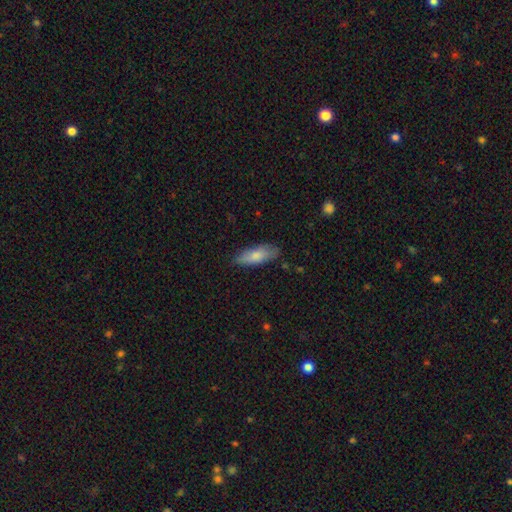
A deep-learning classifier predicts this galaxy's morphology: Q: Smooth or featured?
A: smooth (79%); runner-up: featured or disk (15%)
Q: How rounded?
A: in between (67%); runner-up: cigar-shaped (31%)
Q: Merging?
A: none (81%); runner-up: minor disturbance (15%)